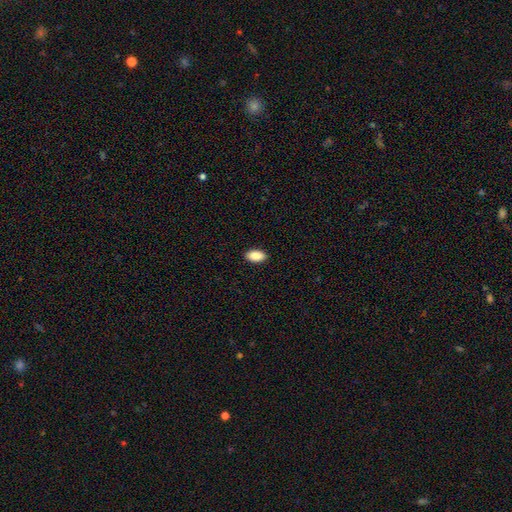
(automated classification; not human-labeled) smooth 89%, star or artifact 7%, featured or disk 4%. Down the decision tree: how rounded — in between (94%); merging — none (91%).